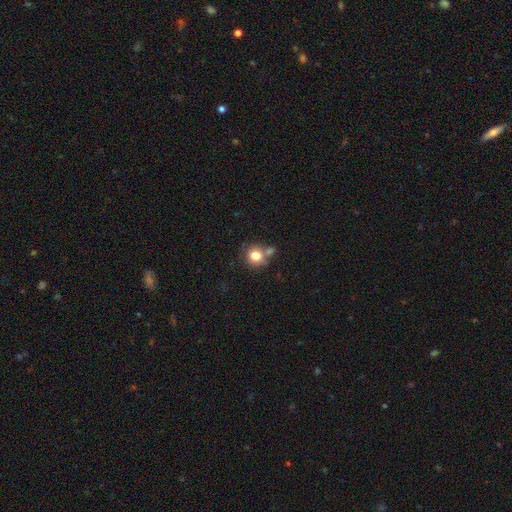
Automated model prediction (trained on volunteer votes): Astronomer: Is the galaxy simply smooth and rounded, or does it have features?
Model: smooth — 78%.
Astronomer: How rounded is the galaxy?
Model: round — 83%.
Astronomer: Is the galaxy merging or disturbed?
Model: none — 57%.